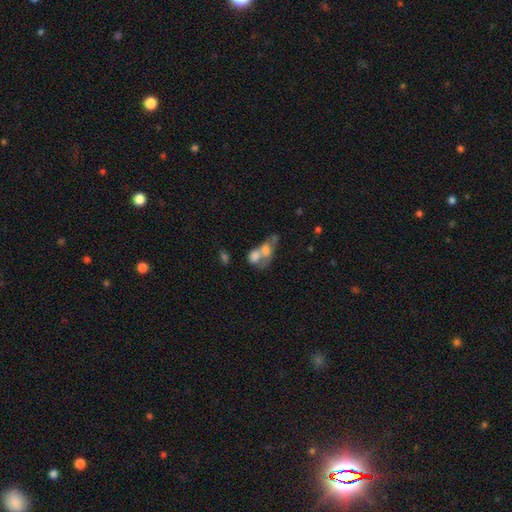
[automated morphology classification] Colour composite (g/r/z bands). It shows a smooth galaxy with no disk features (60%) that is in between round and cigar-shaped (74%). Merging: merger (66%).